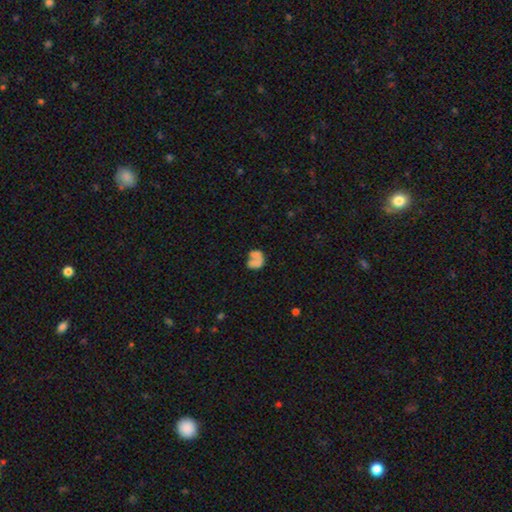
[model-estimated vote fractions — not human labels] smooth 53%, featured or disk 34%, star or artifact 13%. Down the decision tree: how rounded — round (51%); merging — none (35%).